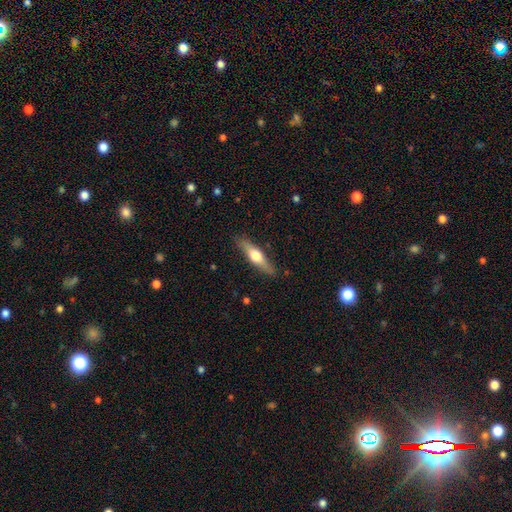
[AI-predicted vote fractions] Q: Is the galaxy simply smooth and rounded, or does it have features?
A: featured or disk — 52%.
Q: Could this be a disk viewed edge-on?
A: yes — 92%.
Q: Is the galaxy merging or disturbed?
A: none — 86%.